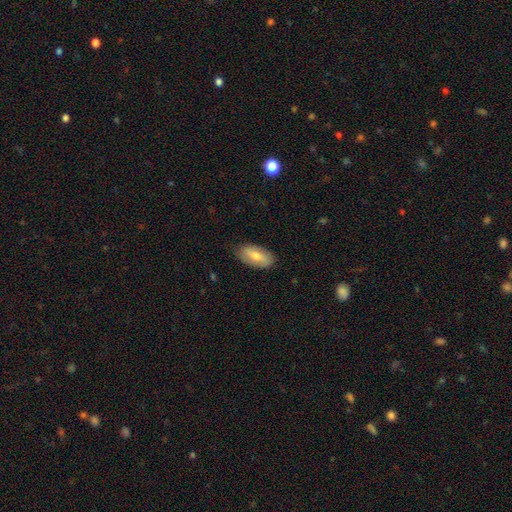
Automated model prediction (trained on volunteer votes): Smooth or featured: smooth — 59% (featured or disk — 35%)
How rounded: in between — 91% (cigar-shaped — 6%)
Merging: none — 82% (minor disturbance — 14%)